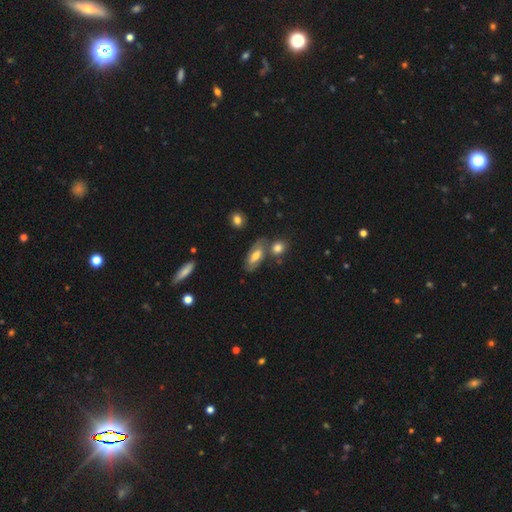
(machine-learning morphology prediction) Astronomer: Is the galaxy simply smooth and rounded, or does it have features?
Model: smooth — 49% (runner-up: featured or disk, 42%).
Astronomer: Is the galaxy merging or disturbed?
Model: none — 61%.